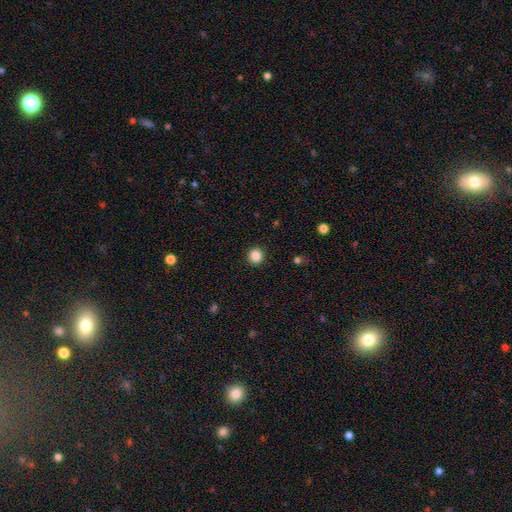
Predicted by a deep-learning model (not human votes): The model was most divided on "smooth or featured": smooth: 87%, star or artifact: 10%, featured or disk: 3%. More confident: how rounded — round (93%); merging — none (92%).